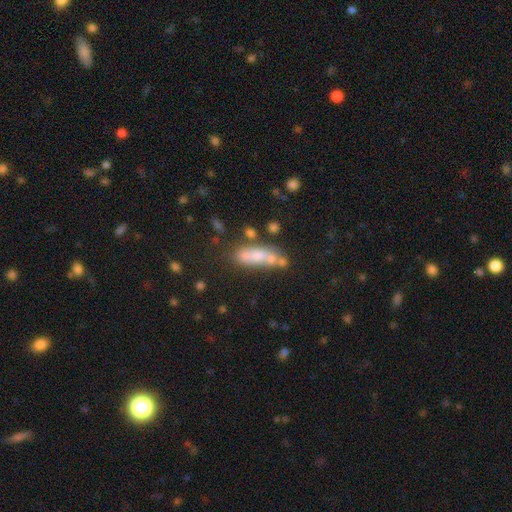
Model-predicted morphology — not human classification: This appears to be a smooth galaxy with no disk features (63%) that is in between round and cigar-shaped (60%). Merging: none (47%).